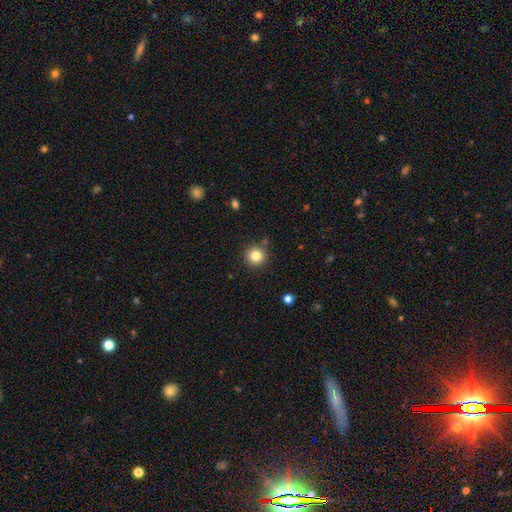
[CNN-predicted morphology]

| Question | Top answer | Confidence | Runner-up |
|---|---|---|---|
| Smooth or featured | smooth | 83% | star or artifact (11%) |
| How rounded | round | 95% | in between (4%) |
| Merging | none | 86% | minor disturbance (8%) |